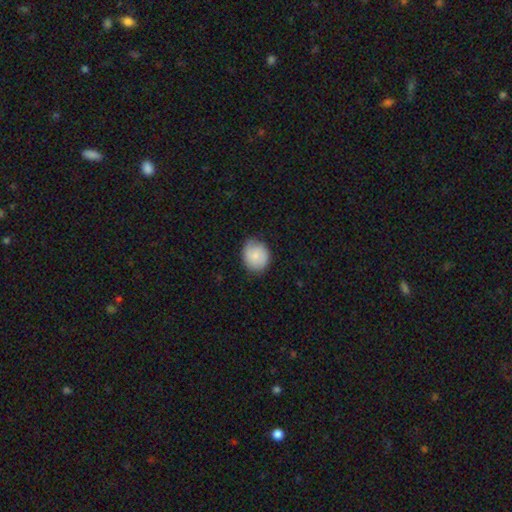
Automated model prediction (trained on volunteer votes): This is likely a smooth galaxy (80%). How rounded: likely round (70%). Merging: likely none (77%).